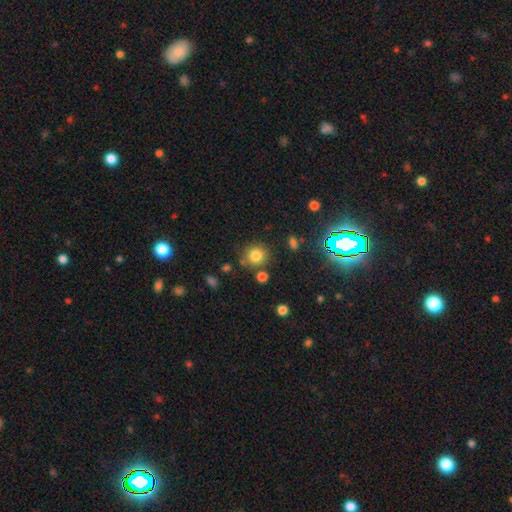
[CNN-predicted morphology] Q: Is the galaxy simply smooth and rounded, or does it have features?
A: smooth — 80%.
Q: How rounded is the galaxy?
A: round — 88%.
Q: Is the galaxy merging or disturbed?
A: none — 78%.